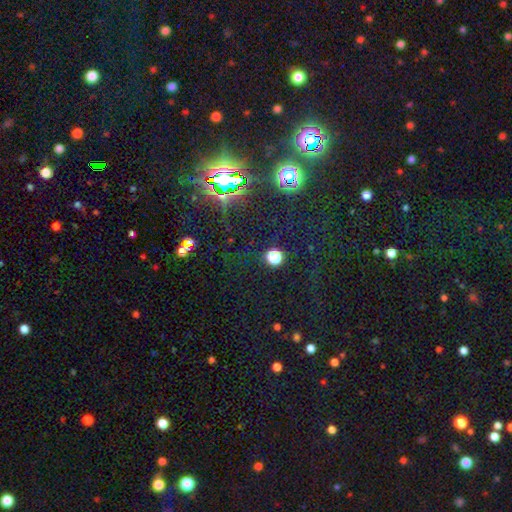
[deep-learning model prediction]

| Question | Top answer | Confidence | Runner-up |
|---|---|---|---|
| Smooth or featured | star or artifact | 78% | smooth (15%) |